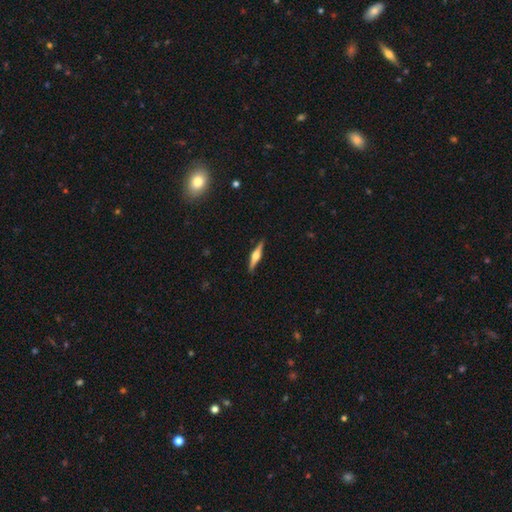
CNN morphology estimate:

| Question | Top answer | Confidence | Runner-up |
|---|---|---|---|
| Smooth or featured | featured or disk | 72% | smooth (22%) |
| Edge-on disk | yes | 98% | no (2%) |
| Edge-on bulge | rounded | 91% | boxy (6%) |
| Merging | none | 90% | minor disturbance (7%) |